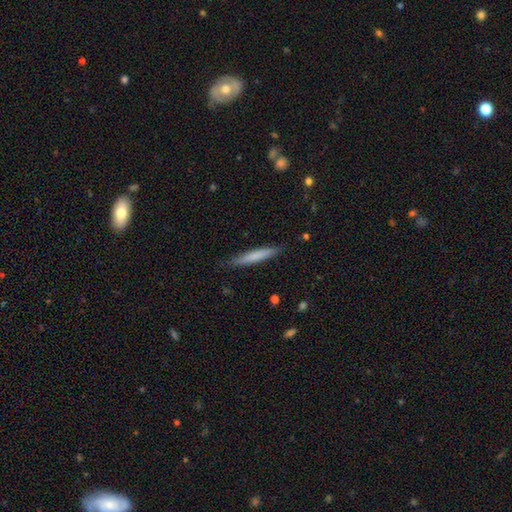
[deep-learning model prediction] This is likely a smooth galaxy (72%). How rounded: clearly cigar-shaped (94%). Merging: clearly none (86%).